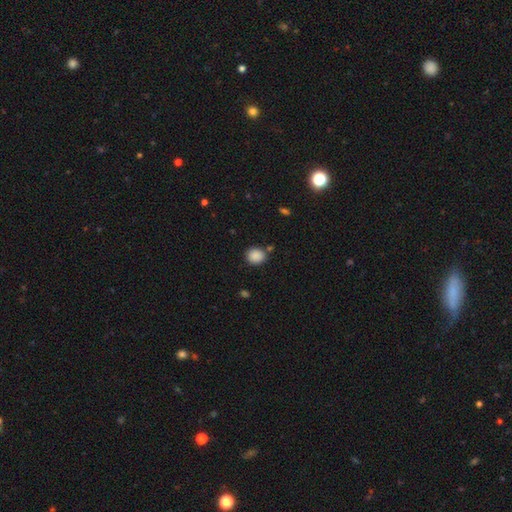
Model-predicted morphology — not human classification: smooth_or_featured: smooth (p=0.88) [alt: star or artifact p=0.09]
how_rounded: round (p=0.75) [alt: in between p=0.24]
merging: none (p=0.81) [alt: minor disturbance p=0.11]